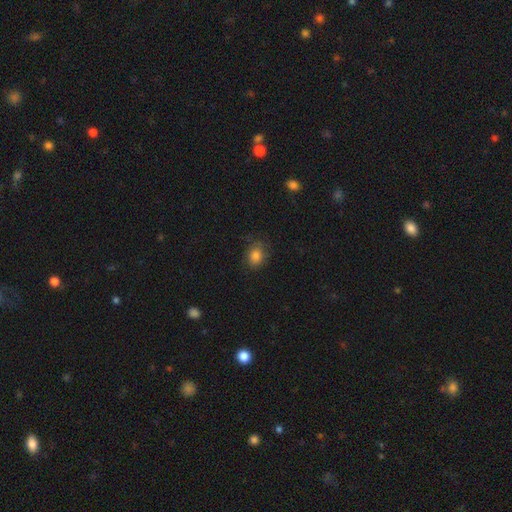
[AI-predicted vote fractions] smooth_or_featured: smooth (p=0.82) [alt: star or artifact p=0.11]
how_rounded: round (p=0.56) [alt: in between p=0.43]
merging: none (p=0.75) [alt: minor disturbance p=0.18]